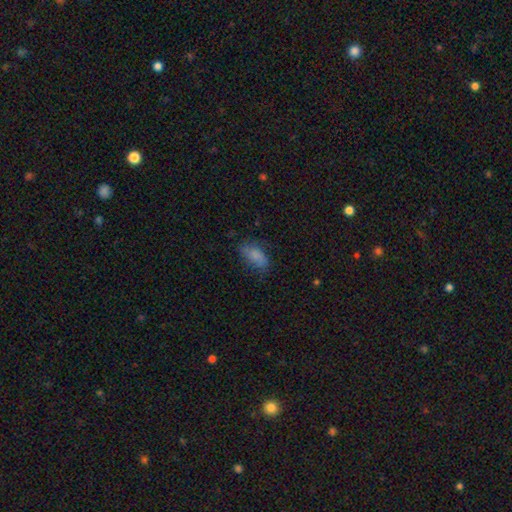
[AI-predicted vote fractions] smooth-or-featured: smooth: 80% | featured or disk: 11% | star or artifact: 9%
  how-rounded: in between: 90% | cigar-shaped: 6% | round: 4%
  merging: none: 64% | minor disturbance: 25% | major disturbance: 9% | merger: 2%